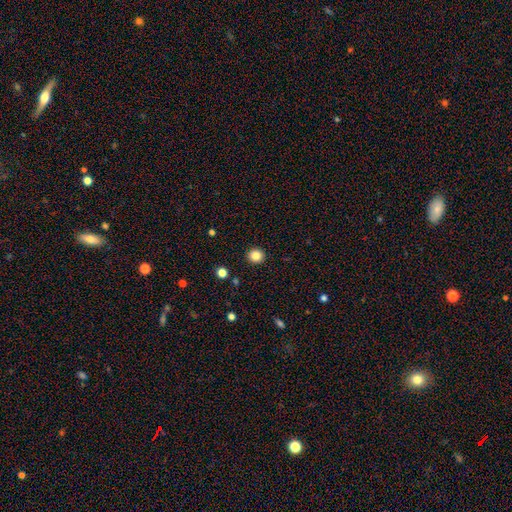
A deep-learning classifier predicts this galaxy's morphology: A smooth galaxy with no disk features (84%) that is round (92%). Merging: none (93%).